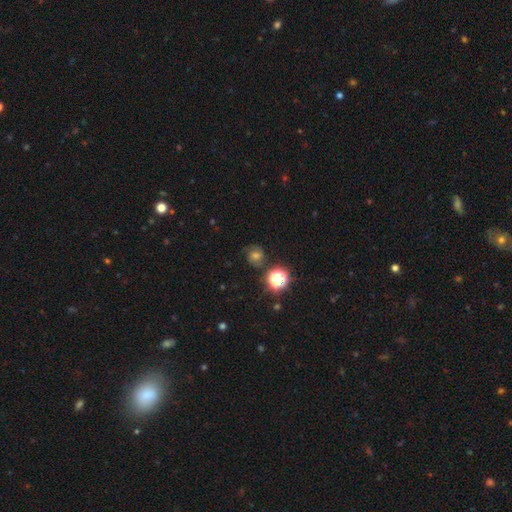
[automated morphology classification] The model was most divided on "smooth or featured": smooth: 38%, star or artifact: 36%, featured or disk: 26%. More confident: merging — none (77%).